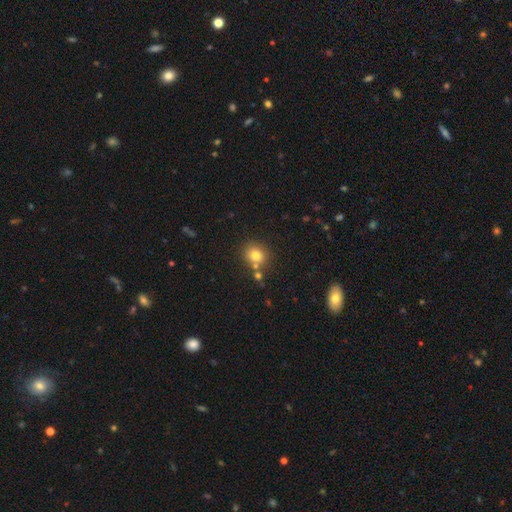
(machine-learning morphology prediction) Smooth or featured? smooth (78%)
How rounded? round (76%)
Merging? none (69%)